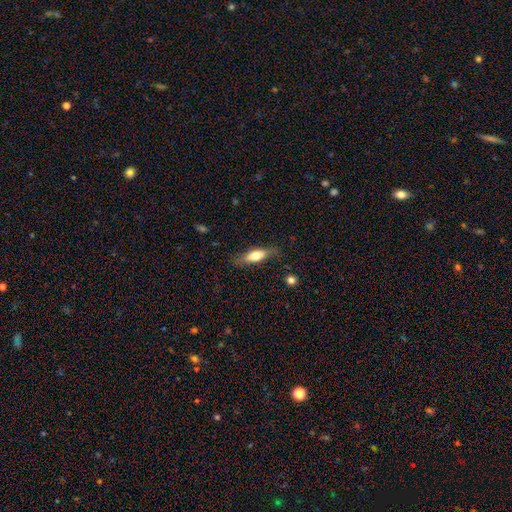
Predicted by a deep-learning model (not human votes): A smooth galaxy with no disk features (64%) that is in between round and cigar-shaped (58%).

Vote fractions:
- Smooth or featured? smooth: 64% / featured or disk: 30% / star or artifact: 6%
- How rounded? in between: 58% / cigar-shaped: 39% / round: 3%
- Merging? none: 75% / minor disturbance: 19% / major disturbance: 5% / merger: 1%